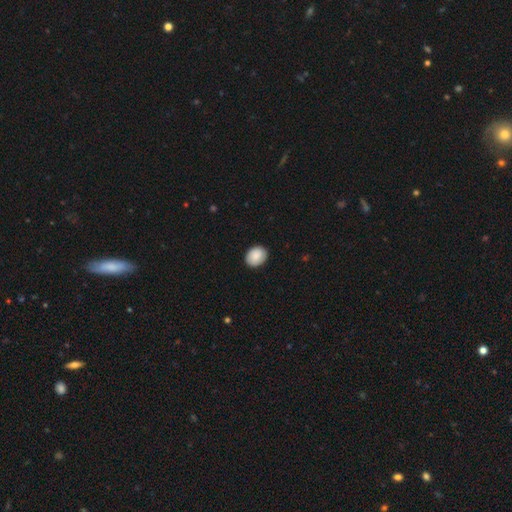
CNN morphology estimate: This is clearly a smooth galaxy (88%). How rounded: possibly in between (59%). Merging: clearly none (88%).